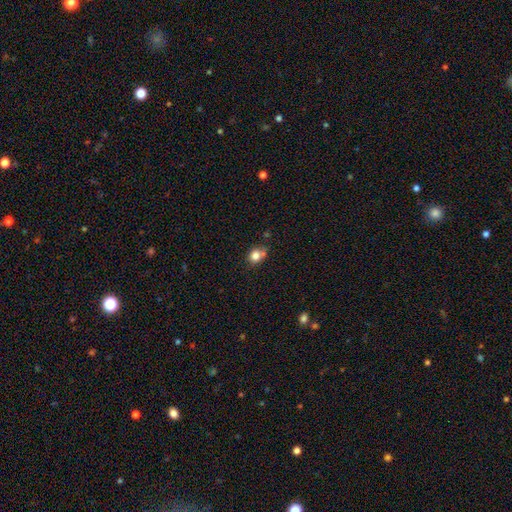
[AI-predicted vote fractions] The model was most divided on "merging": none: 55%, minor disturbance: 21%, merger: 18%, major disturbance: 6%. More confident: smooth or featured — smooth (80%); how rounded — round (69%).